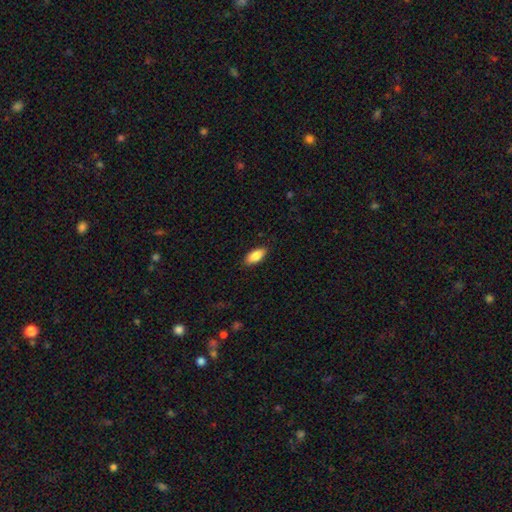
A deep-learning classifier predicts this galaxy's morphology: A smooth galaxy with no disk features (87%) that is in between round and cigar-shaped (87%). Merging: none (88%).